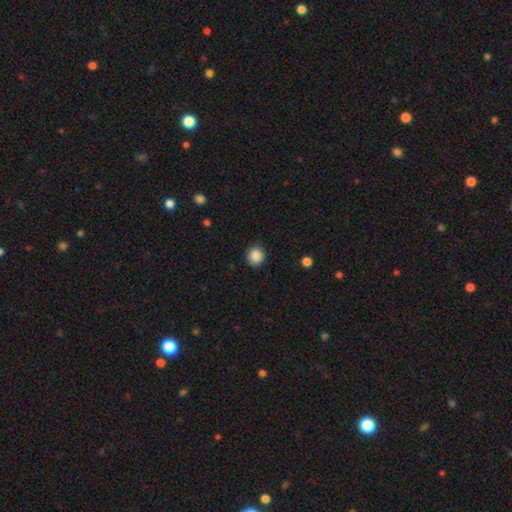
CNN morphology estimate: Smooth or featured: smooth — 88% (star or artifact — 9%)
How rounded: round — 86% (in between — 13%)
Merging: none — 89% (minor disturbance — 7%)